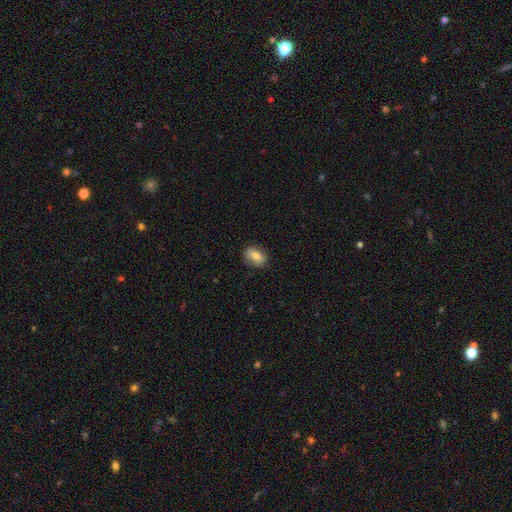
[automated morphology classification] The model was most divided on "smooth or featured": smooth: 76%, featured or disk: 16%, star or artifact: 8%. More confident: merging — none (80%); how rounded — in between (79%).